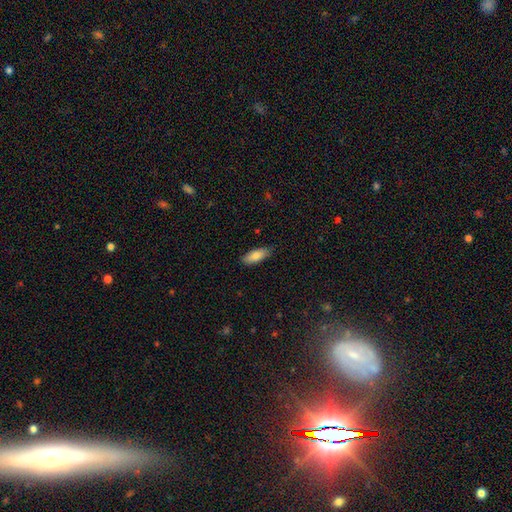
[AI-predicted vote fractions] Smooth or featured?
  - smooth: 82% *
  - featured or disk: 12%
  - star or artifact: 6%
How rounded?
  - in between: 77% *
  - cigar-shaped: 21%
  - round: 2%
Merging?
  - none: 83% *
  - minor disturbance: 14%
  - major disturbance: 2%
  - merger: 1%